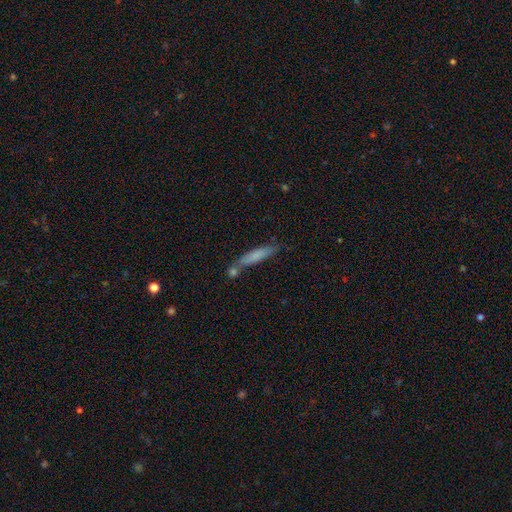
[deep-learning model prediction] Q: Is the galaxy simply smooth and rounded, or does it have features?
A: smooth — 71%.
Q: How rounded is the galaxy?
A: cigar-shaped — 88%.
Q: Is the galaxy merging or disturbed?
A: none — 61%.